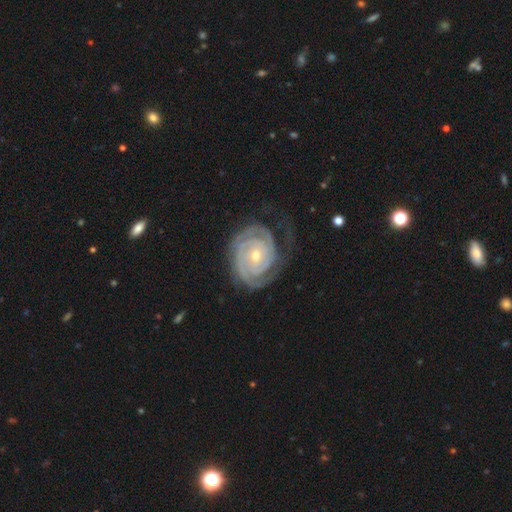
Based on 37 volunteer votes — Smooth or featured? 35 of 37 (95%) said featured or disk. Edge-on disk? 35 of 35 (100%) said no. Bar? 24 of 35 (69%) said no. Spiral arms? 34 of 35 (97%) said yes. Spiral winding? 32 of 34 (94%) said tight. Spiral arm count? 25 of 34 (74%) said 2. Bulge size? 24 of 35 (69%) said small. Merging? 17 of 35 (49%) said none.